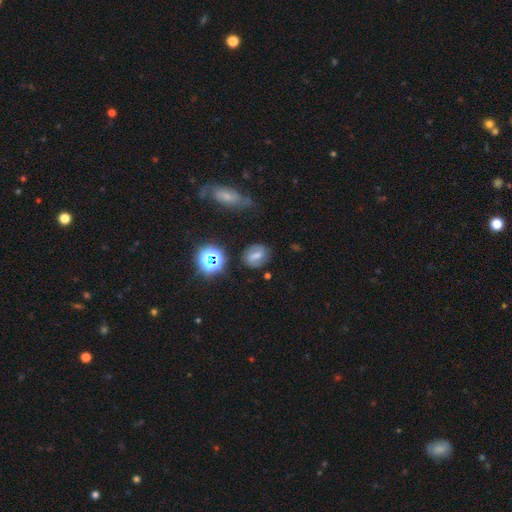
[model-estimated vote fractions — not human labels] Morphology: type=smooth (37%); merging=none (77%).